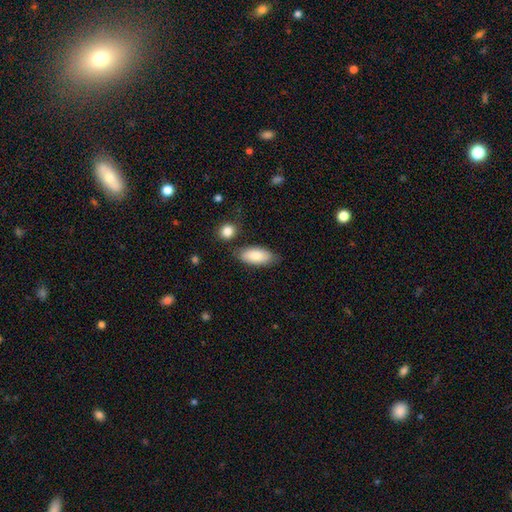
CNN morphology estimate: The model was most divided on "merging": none: 77%, minor disturbance: 15%, merger: 5%, major disturbance: 3%. More confident: how rounded — in between (89%); smooth or featured — smooth (84%).